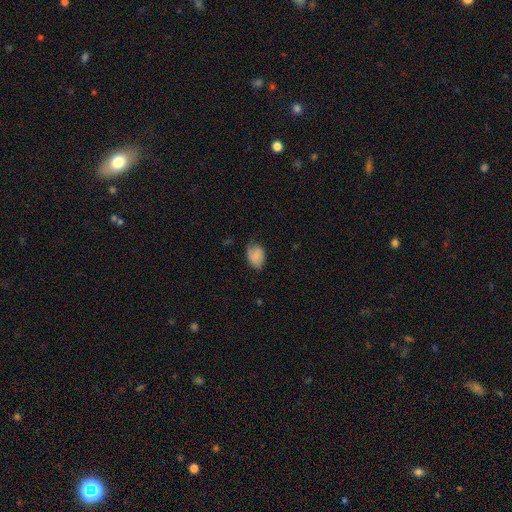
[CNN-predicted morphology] smooth 77%, featured or disk 16%, star or artifact 8%. Down the decision tree: how rounded — in between (77%); merging — none (54%).